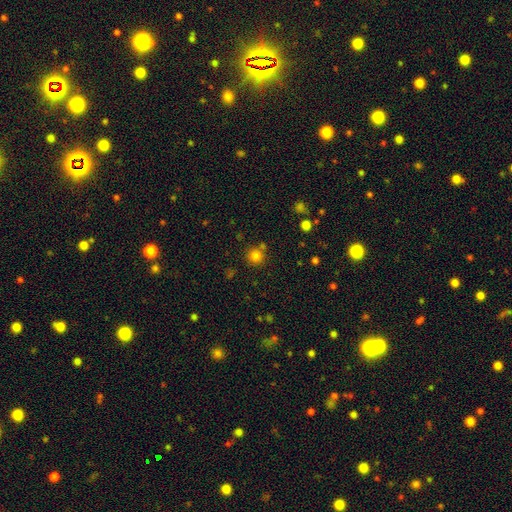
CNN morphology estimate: This is clearly a smooth galaxy (80%). How rounded: clearly round (93%). Merging: likely none (77%).